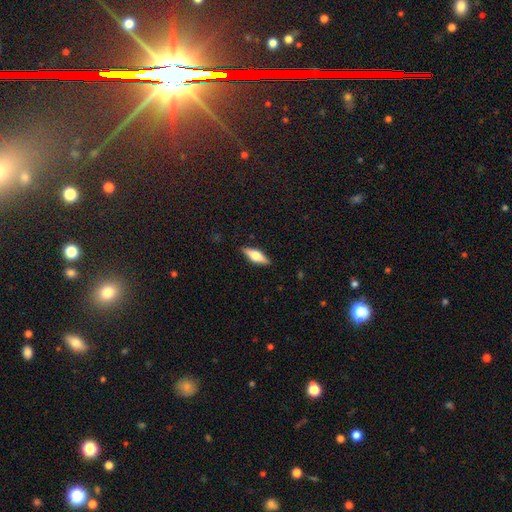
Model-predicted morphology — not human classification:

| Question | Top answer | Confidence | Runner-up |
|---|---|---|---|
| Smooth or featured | featured or disk | 48% | smooth (46%) |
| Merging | none | 89% | minor disturbance (8%) |